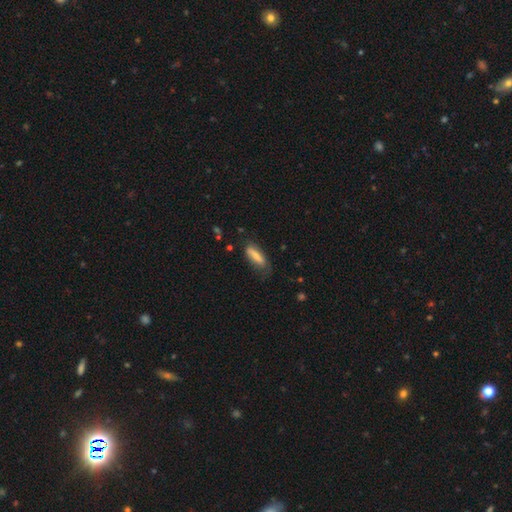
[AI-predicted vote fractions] Smooth or featured? Predicted: smooth (p=0.76). How rounded? Predicted: in between (p=0.49, tied with cigar-shaped). Merging? Predicted: none (p=0.60).